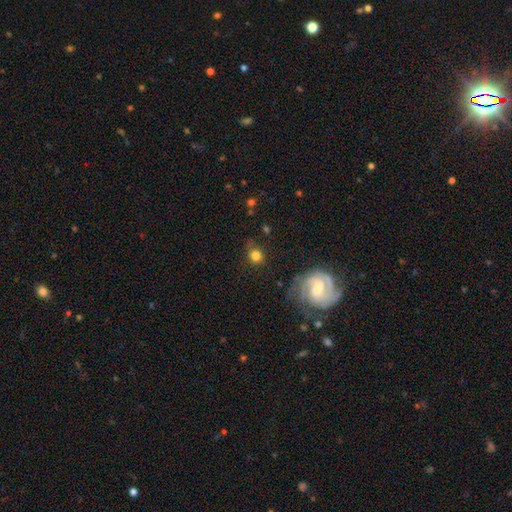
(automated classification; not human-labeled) Q: Smooth or featured?
A: smooth (74%); runner-up: featured or disk (14%)
Q: How rounded?
A: round (86%); runner-up: in between (13%)
Q: Merging?
A: none (74%); runner-up: minor disturbance (15%)